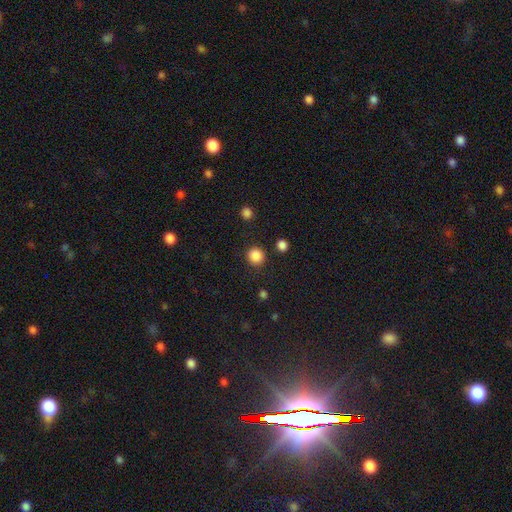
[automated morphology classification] Smooth or featured? Predicted: smooth (p=0.86). How rounded? Predicted: round (p=0.91). Merging? Predicted: none (p=0.88).